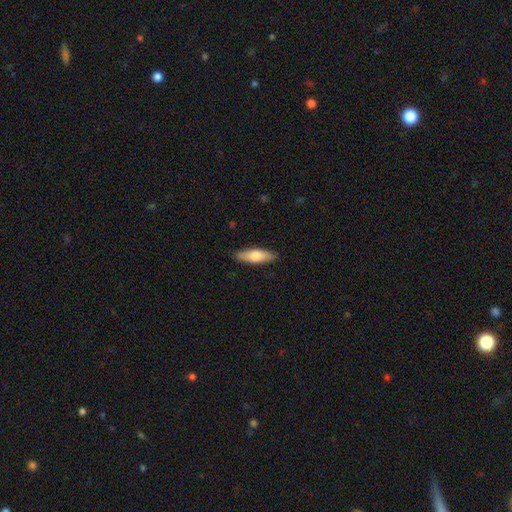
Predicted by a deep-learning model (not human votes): Smooth or featured: smooth — 68% (featured or disk — 26%)
How rounded: cigar-shaped — 51% (in between — 47%)
Merging: none — 89% (minor disturbance — 9%)